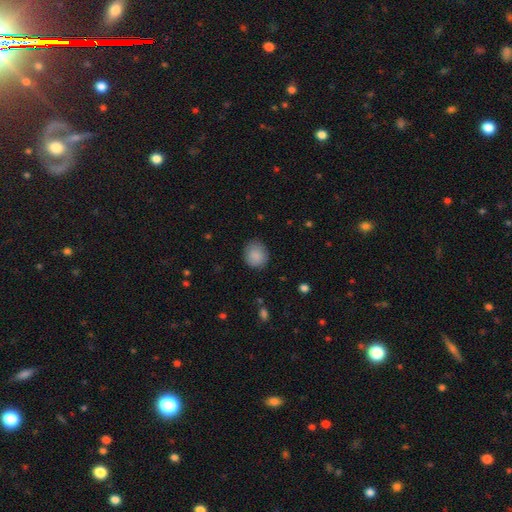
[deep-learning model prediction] This is clearly a smooth galaxy (88%). How rounded: likely round (76%). Merging: clearly none (81%).